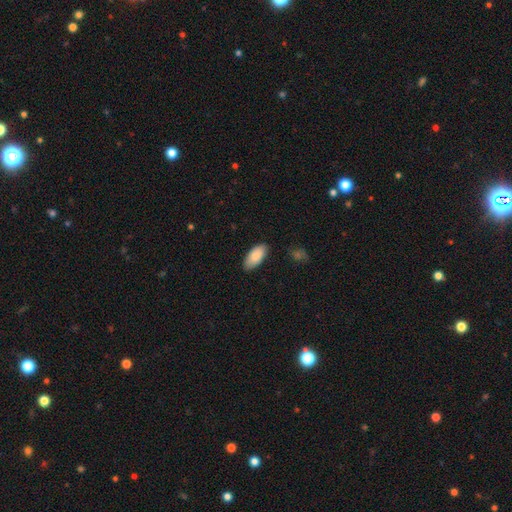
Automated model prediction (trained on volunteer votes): smooth 87%, featured or disk 7%, star or artifact 6%. Down the decision tree: how rounded — in between (92%); merging — none (85%).